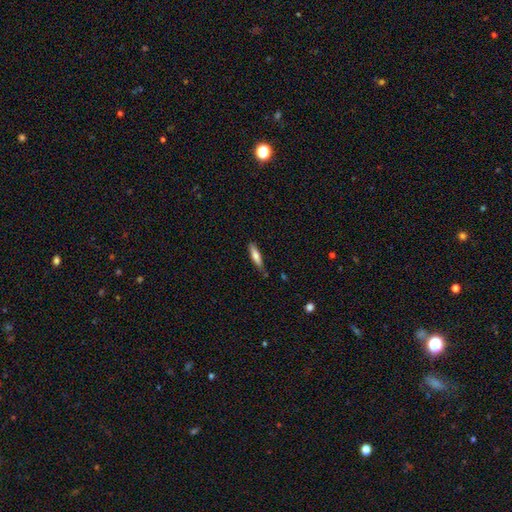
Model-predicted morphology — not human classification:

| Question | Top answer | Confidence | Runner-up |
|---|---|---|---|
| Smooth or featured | smooth | 71% | featured or disk (23%) |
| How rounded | cigar-shaped | 75% | in between (23%) |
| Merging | none | 74% | minor disturbance (20%) |